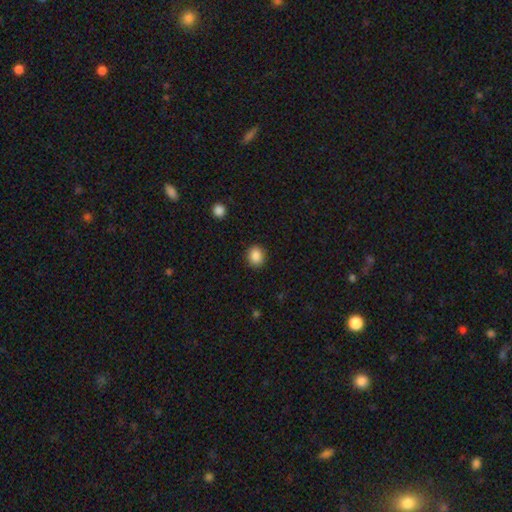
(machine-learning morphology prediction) smooth-or-featured: smooth: 87% | star or artifact: 9% | featured or disk: 4%
  how-rounded: round: 70% | in between: 29% | cigar-shaped: 1%
  merging: none: 90% | minor disturbance: 7% | major disturbance: 2% | merger: 1%